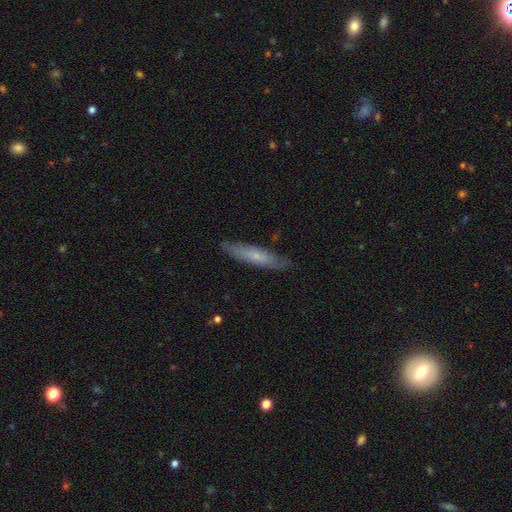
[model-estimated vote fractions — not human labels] smooth 57%, featured or disk 37%, star or artifact 6%. Down the decision tree: how rounded — cigar-shaped (85%); merging — none (83%).